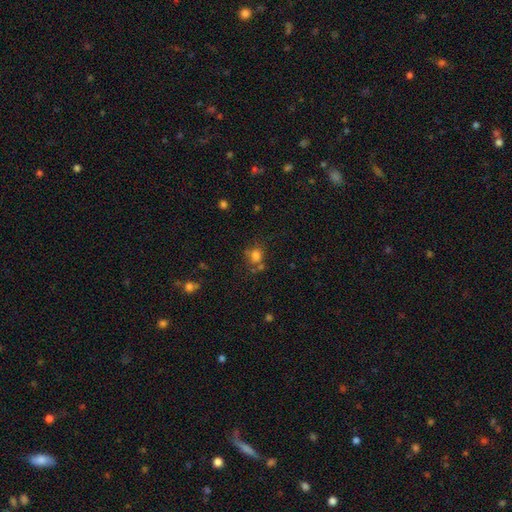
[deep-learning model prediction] Smooth or featured? Predicted: smooth (p=0.76). How rounded? Predicted: round (p=0.70). Merging? Predicted: none (p=0.58).